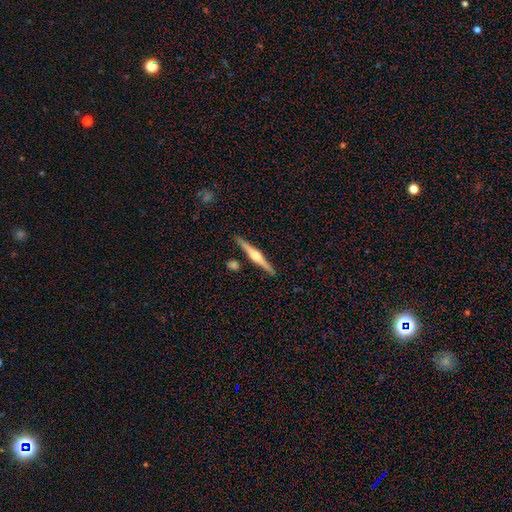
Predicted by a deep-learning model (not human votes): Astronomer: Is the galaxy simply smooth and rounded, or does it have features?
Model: featured or disk — 75%.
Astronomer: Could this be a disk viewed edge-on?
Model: yes — 98%.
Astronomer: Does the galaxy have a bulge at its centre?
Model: rounded — 91%.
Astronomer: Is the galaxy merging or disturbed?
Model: none — 88%.